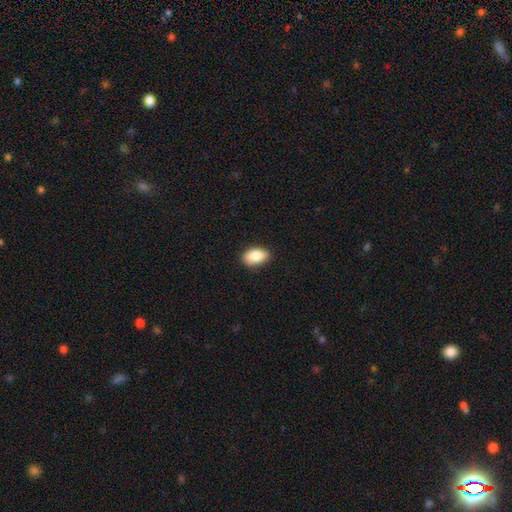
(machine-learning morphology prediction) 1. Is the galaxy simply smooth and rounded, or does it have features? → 84% smooth, 8% featured or disk, 7% star or artifact.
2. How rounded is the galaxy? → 90% in between, 8% round, 2% cigar-shaped.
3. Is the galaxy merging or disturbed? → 84% none, 13% minor disturbance, 2% major disturbance, 1% merger.